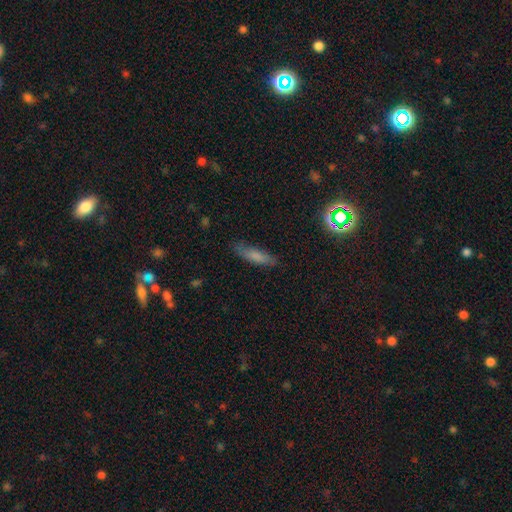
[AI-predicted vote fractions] The model was most divided on "how rounded": cigar-shaped: 71%, in between: 28%, round: 2%. More confident: merging — none (79%); smooth or featured — smooth (74%).